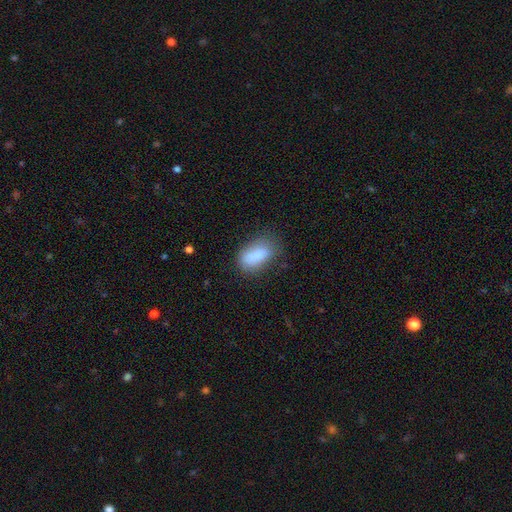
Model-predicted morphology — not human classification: type=smooth (84%); roundness=in between (88%); merging=none (66%).